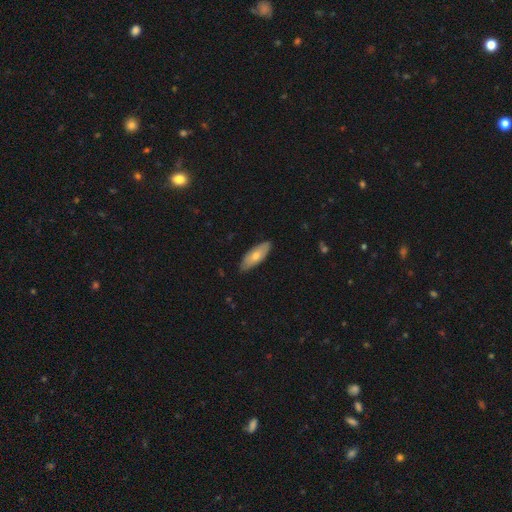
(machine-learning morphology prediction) smooth_or_featured: smooth (p=0.62) [alt: featured or disk p=0.32]
how_rounded: in between (p=0.65) [alt: cigar-shaped p=0.32]
merging: none (p=0.87) [alt: minor disturbance p=0.11]